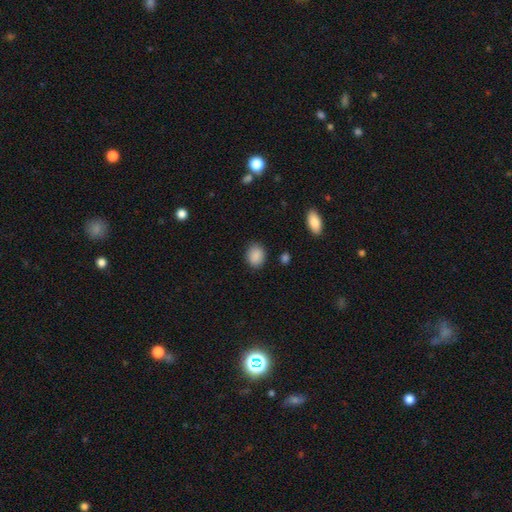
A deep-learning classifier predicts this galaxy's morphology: A smooth galaxy with no disk features (89%) that is round (53%).

Vote fractions:
- Smooth or featured? smooth: 89% / star or artifact: 8% / featured or disk: 3%
- How rounded? round: 53% / in between: 46% / cigar-shaped: 1%
- Merging? none: 86% / minor disturbance: 10% / major disturbance: 3% / merger: 2%